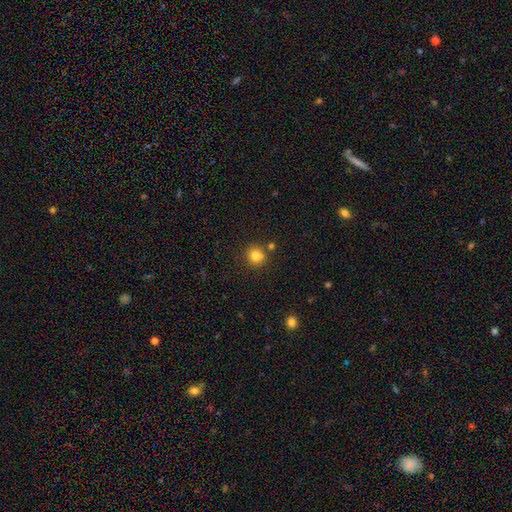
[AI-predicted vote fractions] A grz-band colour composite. It shows a smooth galaxy with no disk features (80%) that is round (91%). Merging: none (76%).